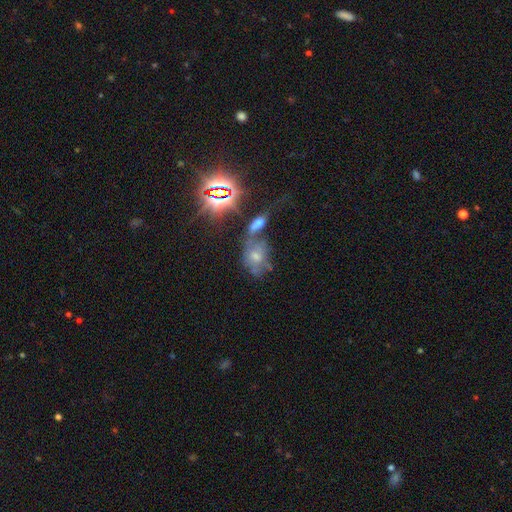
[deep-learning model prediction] Overall: smooth (42%; featured or disk 30%). Merging: merger (37%; none 30%).